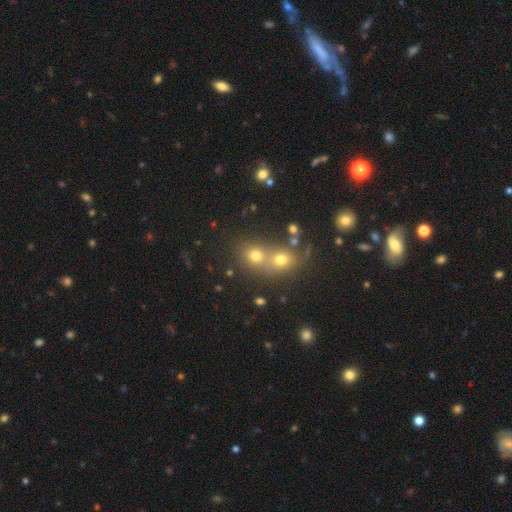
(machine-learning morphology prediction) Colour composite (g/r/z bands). It shows a smooth galaxy with no disk features (70%) that is round (74%). Merging: merger (51%).